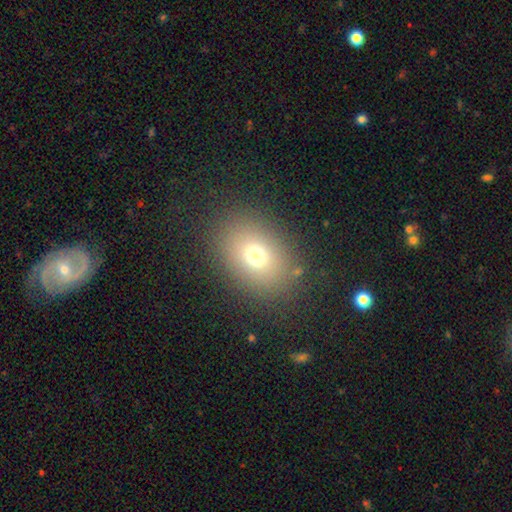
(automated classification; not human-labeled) smooth_or_featured: smooth (p=0.73) [alt: star or artifact p=0.15]
how_rounded: in between (p=0.66) [alt: round p=0.33]
merging: none (p=0.85) [alt: minor disturbance p=0.09]